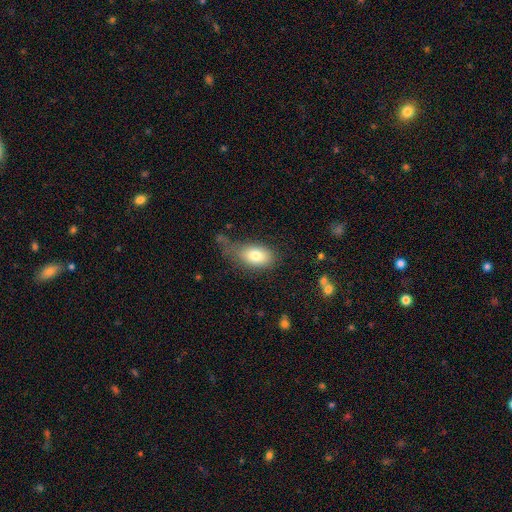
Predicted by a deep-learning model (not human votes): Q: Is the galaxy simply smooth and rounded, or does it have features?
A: smooth — 79%.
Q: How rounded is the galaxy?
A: in between — 89%.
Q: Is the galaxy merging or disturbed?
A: none — 49%.